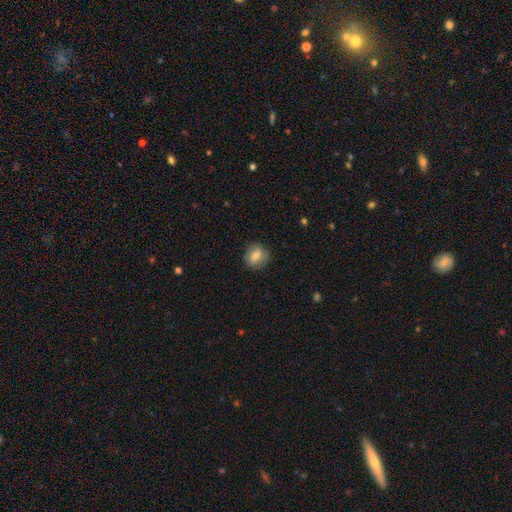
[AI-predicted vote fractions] Overall: smooth (72%). How rounded: round (58%; in between 40%). Merging: none (82%).